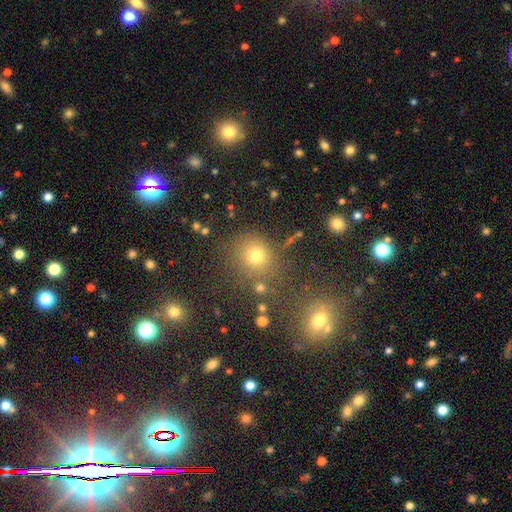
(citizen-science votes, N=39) Smooth or featured: smooth — 72% (featured or disk — 18%)
How rounded: round — 89% (in between — 11%)
Merging: none — 77% (minor disturbance — 11%)